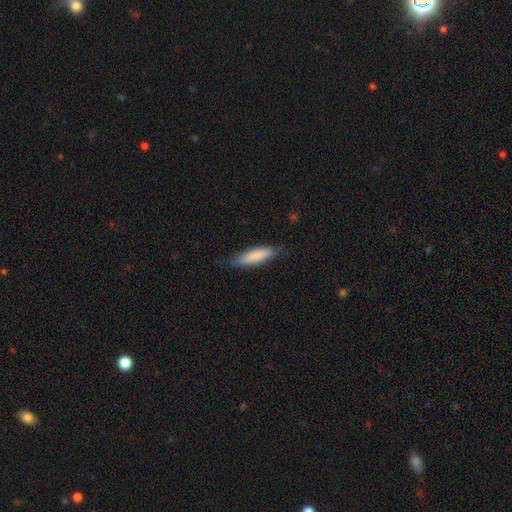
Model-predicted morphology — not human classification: smooth-or-featured: smooth: 83% | featured or disk: 12% | star or artifact: 5%
  how-rounded: cigar-shaped: 62% | in between: 37% | round: 1%
  merging: none: 79% | minor disturbance: 17% | major disturbance: 3% | merger: 1%